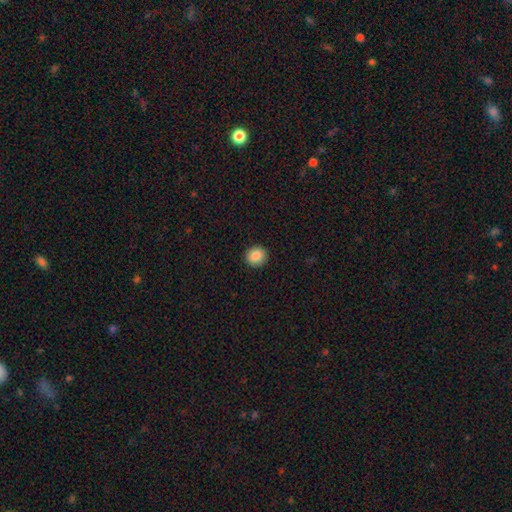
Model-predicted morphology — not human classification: smooth 87%, star or artifact 9%, featured or disk 5%. Down the decision tree: how rounded — round (91%); merging — none (92%).